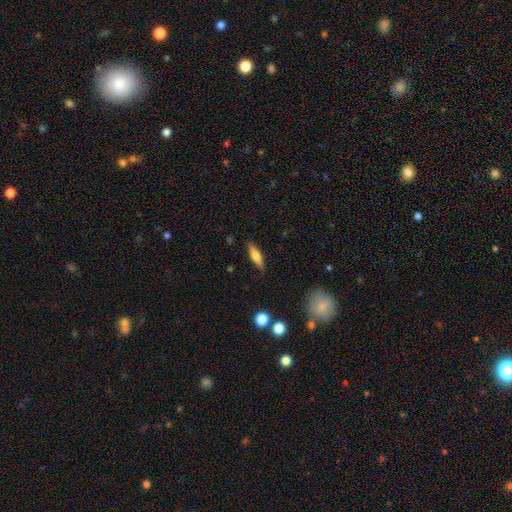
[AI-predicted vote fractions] smooth_or_featured: smooth (p=0.55) [alt: featured or disk p=0.38]
how_rounded: cigar-shaped (p=0.66) [alt: in between p=0.31]
merging: none (p=0.87) [alt: minor disturbance p=0.10]